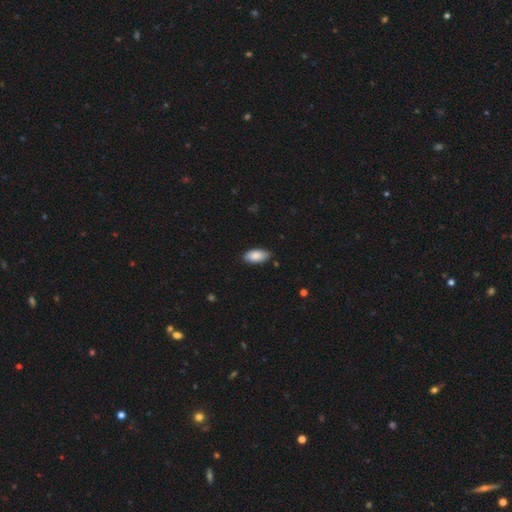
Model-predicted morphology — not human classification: Smooth or featured: smooth — 88% (star or artifact — 6%)
How rounded: in between — 93% (cigar-shaped — 5%)
Merging: none — 86% (minor disturbance — 11%)